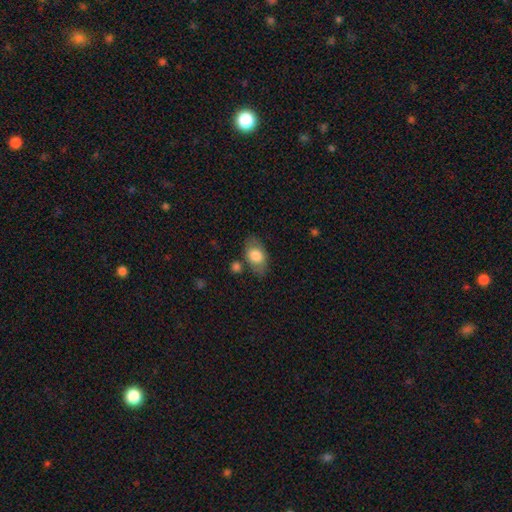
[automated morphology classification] Smooth or featured? smooth (74%)
How rounded? in between (89%)
Merging? none (73%)